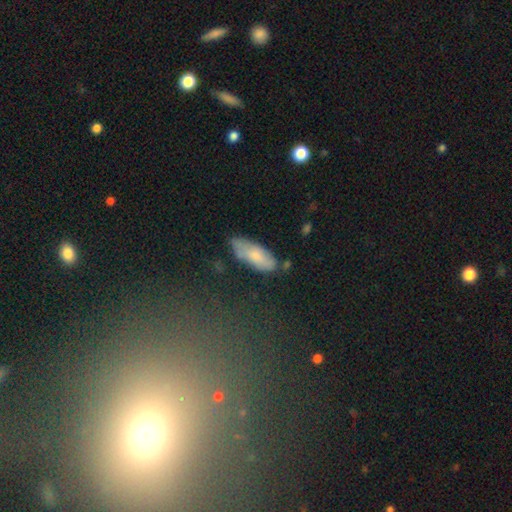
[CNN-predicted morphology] smooth 68%, featured or disk 25%, star or artifact 7%. Down the decision tree: how rounded — in between (73%); merging — none (66%).